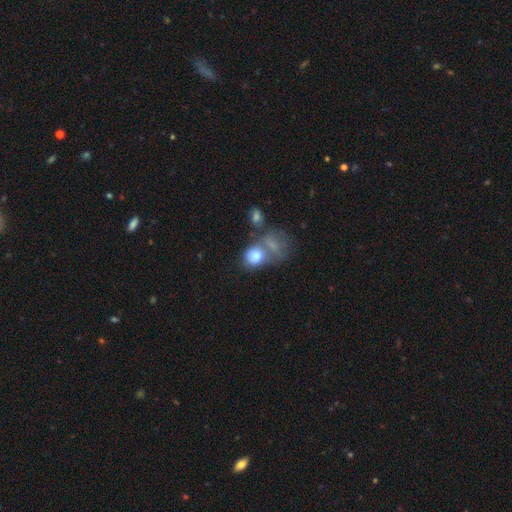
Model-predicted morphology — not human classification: smooth_or_featured: smooth (p=0.76) [alt: featured or disk p=0.14]
how_rounded: in between (p=0.53) [alt: round p=0.46]
merging: merger (p=0.45) [alt: none p=0.27]